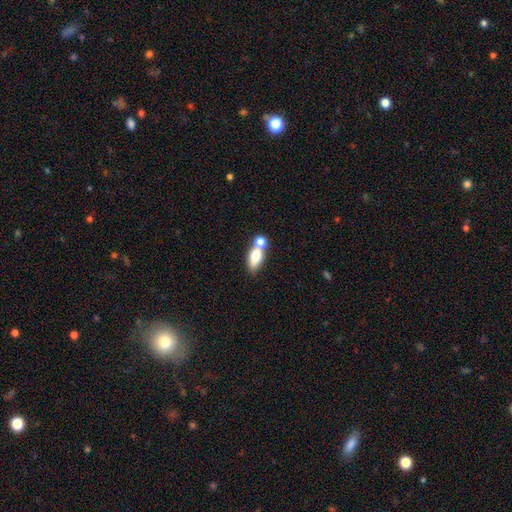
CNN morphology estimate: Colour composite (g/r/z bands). It shows a smooth galaxy with no disk features (71%) that is in between round and cigar-shaped (75%). Merging: merger (52%).